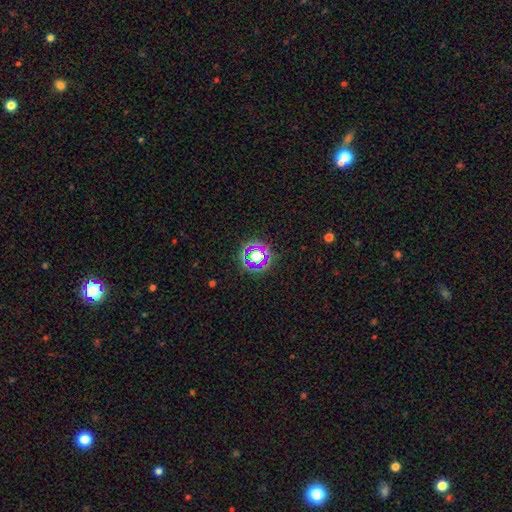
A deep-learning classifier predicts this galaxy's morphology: type=star or artifact (54%).